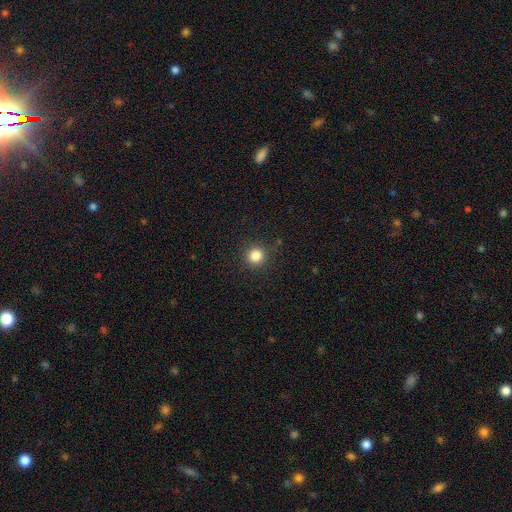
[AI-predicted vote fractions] Overall: smooth (83%). How rounded: round (93%). Merging: none (89%).